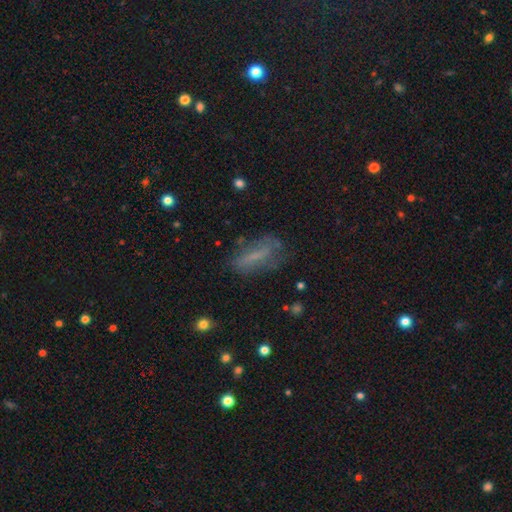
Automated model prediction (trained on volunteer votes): Morphology: type=smooth (50%); merging=none (59%).